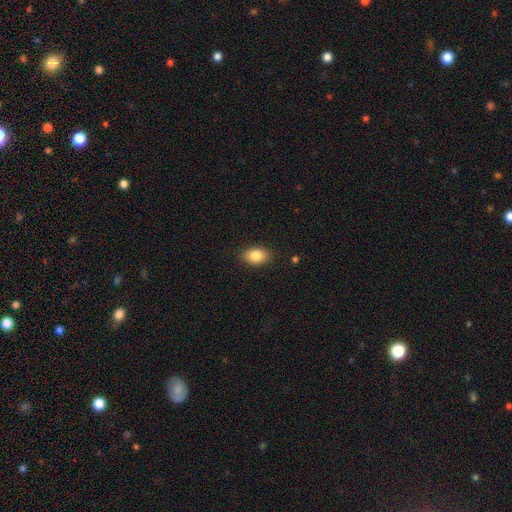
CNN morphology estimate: smooth 85%, star or artifact 8%, featured or disk 7%. Down the decision tree: how rounded — in between (84%); merging — none (87%).